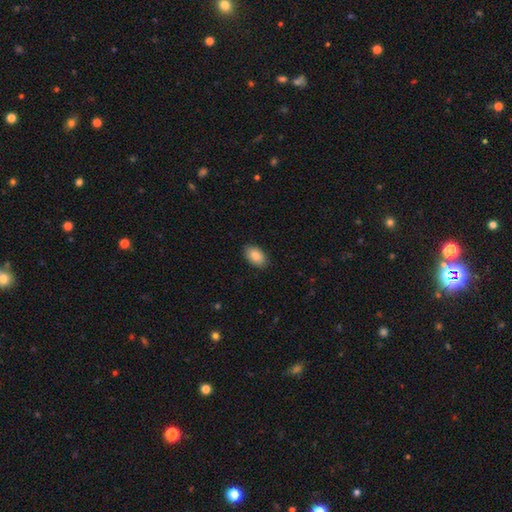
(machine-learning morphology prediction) smooth_or_featured: smooth (p=0.87) [alt: star or artifact p=0.07]
how_rounded: in between (p=0.93) [alt: round p=0.06]
merging: none (p=0.89) [alt: minor disturbance p=0.08]